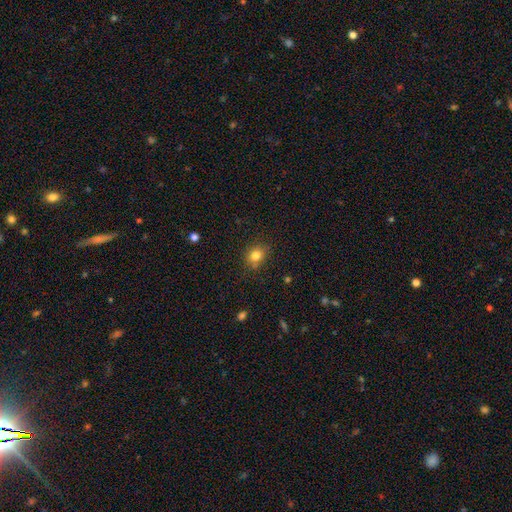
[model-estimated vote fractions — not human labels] smooth_or_featured: smooth (p=0.81) [alt: star or artifact p=0.12]
how_rounded: round (p=0.63) [alt: in between p=0.36]
merging: none (p=0.80) [alt: minor disturbance p=0.15]